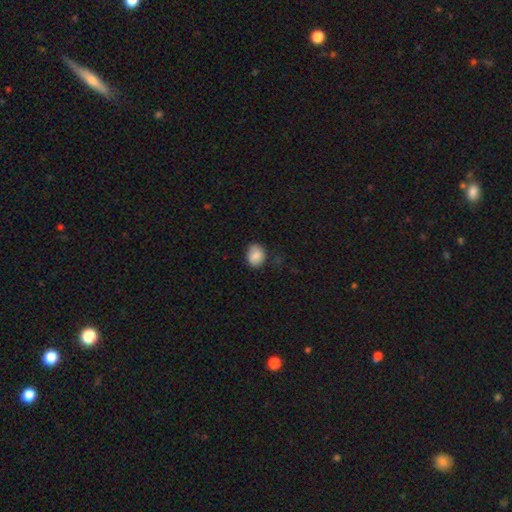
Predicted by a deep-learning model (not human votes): Smooth or featured? smooth (87%)
How rounded? round (54%)
Merging? none (78%)